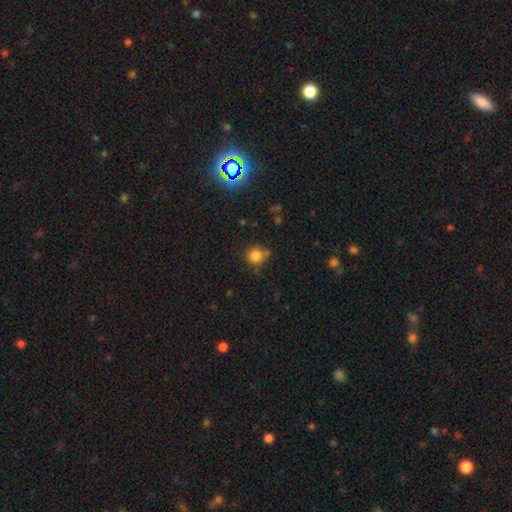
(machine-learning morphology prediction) smooth_or_featured: smooth (p=0.83) [alt: star or artifact p=0.12]
how_rounded: round (p=0.91) [alt: in between p=0.08]
merging: none (p=0.74) [alt: minor disturbance p=0.15]